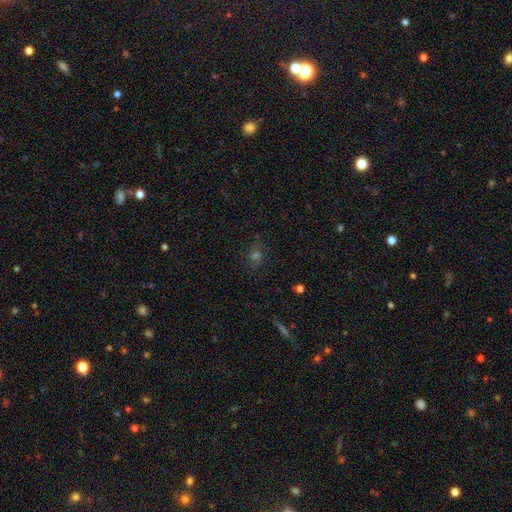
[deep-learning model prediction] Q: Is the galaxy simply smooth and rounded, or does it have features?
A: star or artifact — 35%, tied with smooth.